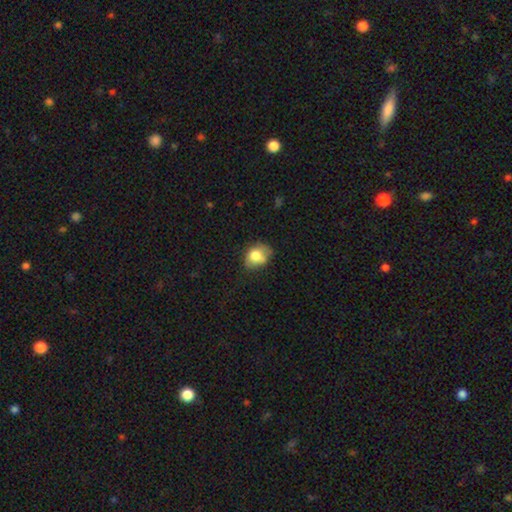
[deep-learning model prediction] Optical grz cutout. It shows a smooth galaxy with no disk features (77%) that is in between round and cigar-shaped (60%). Merging: none (52%).